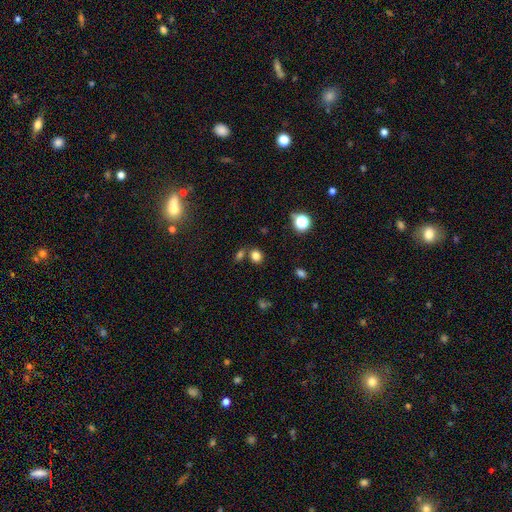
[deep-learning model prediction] smooth 78%, star or artifact 16%, featured or disk 6%. Down the decision tree: how rounded — round (65%); merging — none (69%).